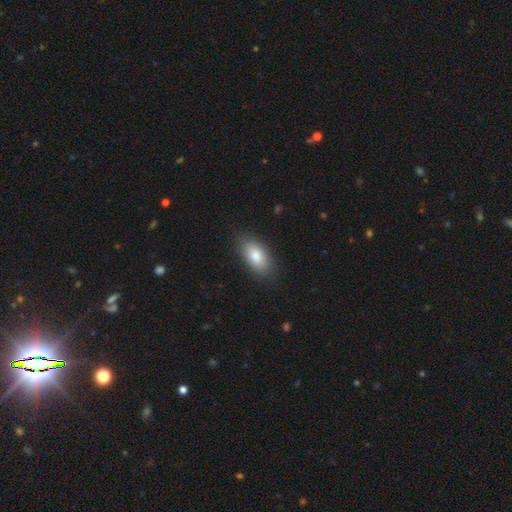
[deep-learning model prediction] smooth_or_featured: smooth (p=0.83) [alt: featured or disk p=0.10]
how_rounded: in between (p=0.91) [alt: cigar-shaped p=0.05]
merging: none (p=0.84) [alt: minor disturbance p=0.12]